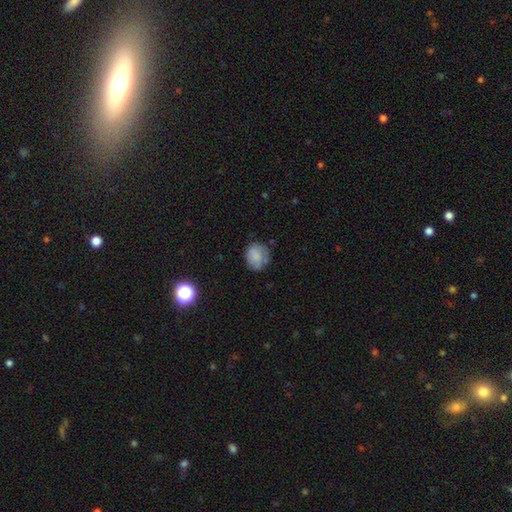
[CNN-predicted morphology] Q: Smooth or featured?
A: smooth (72%); runner-up: featured or disk (19%)
Q: How rounded?
A: round (71%); runner-up: in between (28%)
Q: Merging?
A: none (62%); runner-up: minor disturbance (26%)